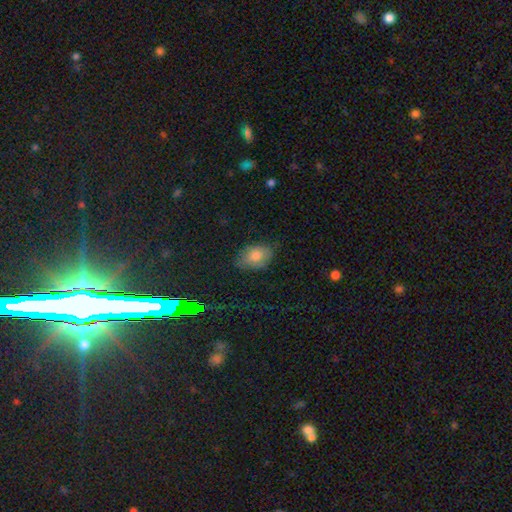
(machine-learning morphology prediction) A smooth galaxy with no disk features (78%) that is in between round and cigar-shaped (83%). Merging: none (73%).